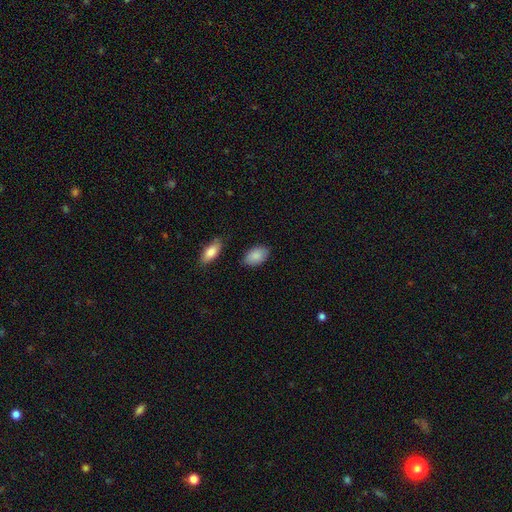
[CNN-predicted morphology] This is clearly a smooth galaxy (89%). How rounded: clearly in between (93%). Merging: clearly none (82%).